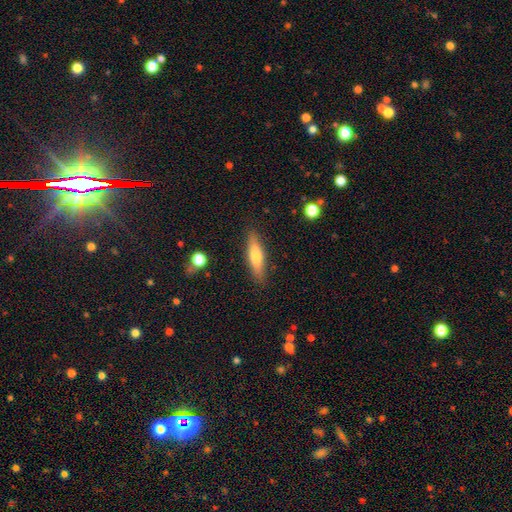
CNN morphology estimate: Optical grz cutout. It shows a smooth galaxy with no disk features (69%) that is cigar-shaped (70%). Merging: none (86%).